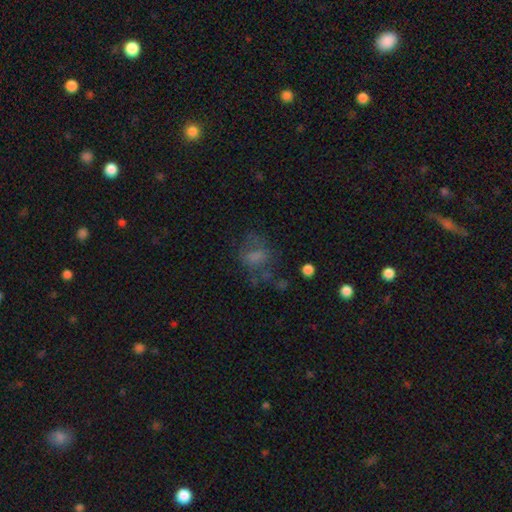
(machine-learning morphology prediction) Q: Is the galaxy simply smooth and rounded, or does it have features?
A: smooth — 59%.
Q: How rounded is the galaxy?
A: in between — 57%.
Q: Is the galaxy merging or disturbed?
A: none — 43%.